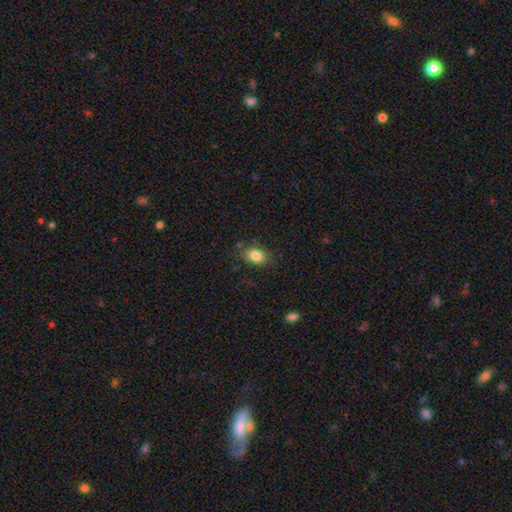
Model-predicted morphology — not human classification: smooth 84%, star or artifact 9%, featured or disk 7%. Down the decision tree: how rounded — in between (79%); merging — none (80%).